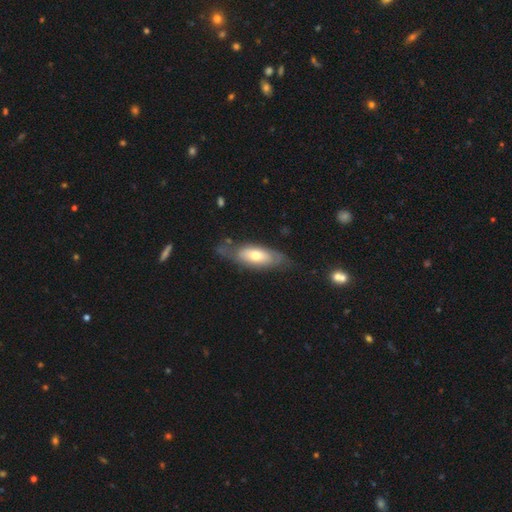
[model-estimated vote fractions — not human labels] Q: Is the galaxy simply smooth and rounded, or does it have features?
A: smooth — 52%.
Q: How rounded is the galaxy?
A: in between — 74%.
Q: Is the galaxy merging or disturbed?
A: none — 62%.